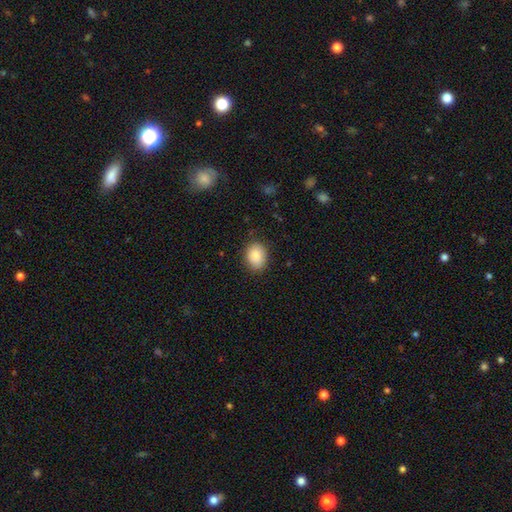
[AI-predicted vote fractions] The model was most divided on "how rounded": in between: 64%, round: 35%, cigar-shaped: 1%. More confident: smooth or featured — smooth (88%); merging — none (83%).